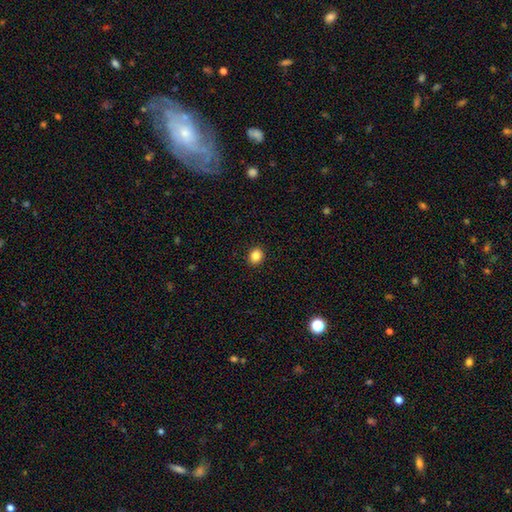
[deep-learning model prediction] This appears to be a smooth galaxy with no disk features (85%) that is round (69%). Merging: none (92%).